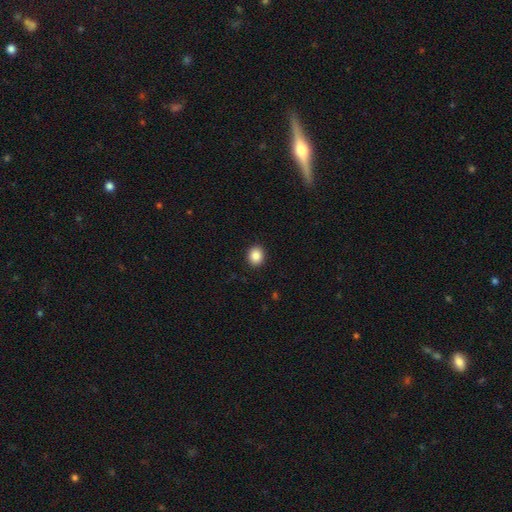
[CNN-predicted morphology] smooth-or-featured: smooth: 88% | star or artifact: 9% | featured or disk: 3%
  how-rounded: round: 71% | in between: 29% | cigar-shaped: 1%
  merging: none: 92% | minor disturbance: 5% | major disturbance: 2% | merger: 1%